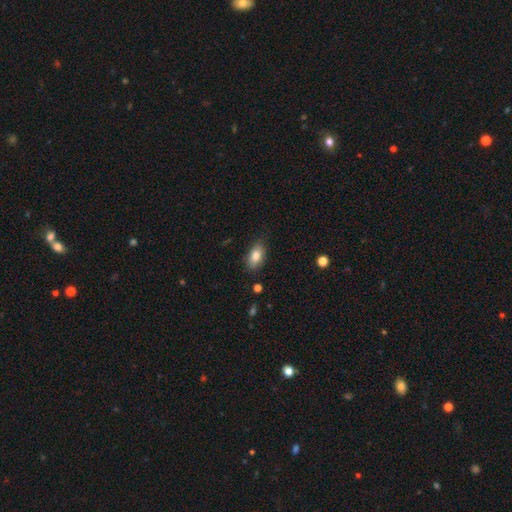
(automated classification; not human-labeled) Smooth or featured? smooth (83%)
How rounded? in between (89%)
Merging? none (82%)